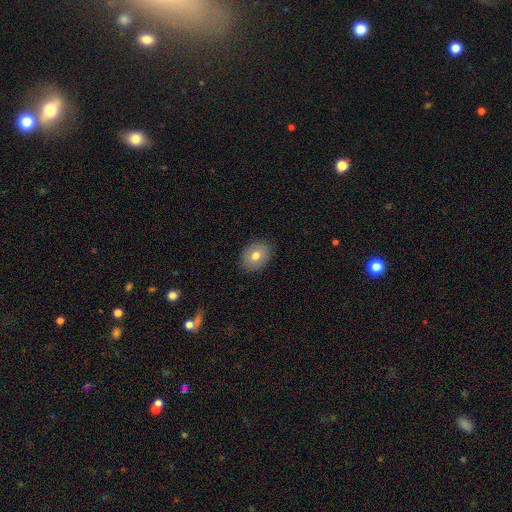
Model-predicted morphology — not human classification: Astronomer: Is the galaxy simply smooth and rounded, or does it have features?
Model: smooth — 73%.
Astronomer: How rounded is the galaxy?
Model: in between — 61% (runner-up: round, 38%).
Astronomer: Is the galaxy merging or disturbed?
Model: none — 87%.